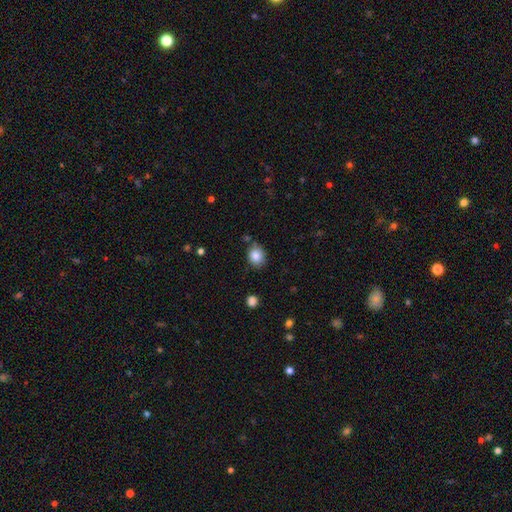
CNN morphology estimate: This is clearly a smooth galaxy (85%). How rounded: likely round (63%). Merging: likely none (73%).